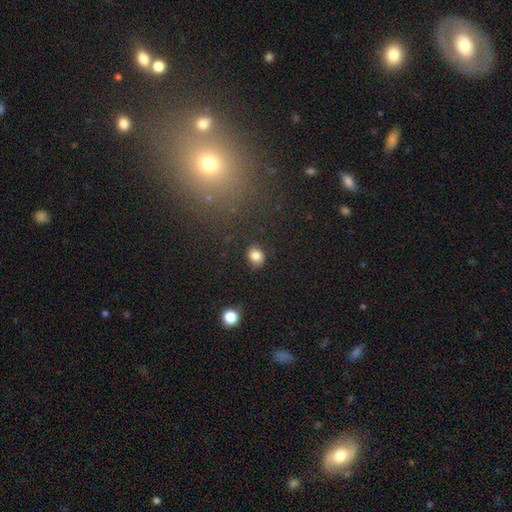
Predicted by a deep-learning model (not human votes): smooth 82%, star or artifact 10%, featured or disk 8%. Down the decision tree: how rounded — round (55%); merging — none (87%).